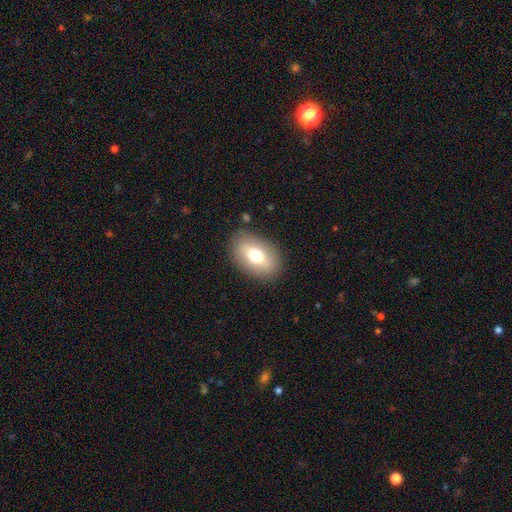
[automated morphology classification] Smooth or featured: smooth — 69% (featured or disk — 22%)
How rounded: in between — 86% (round — 13%)
Merging: none — 86% (minor disturbance — 10%)